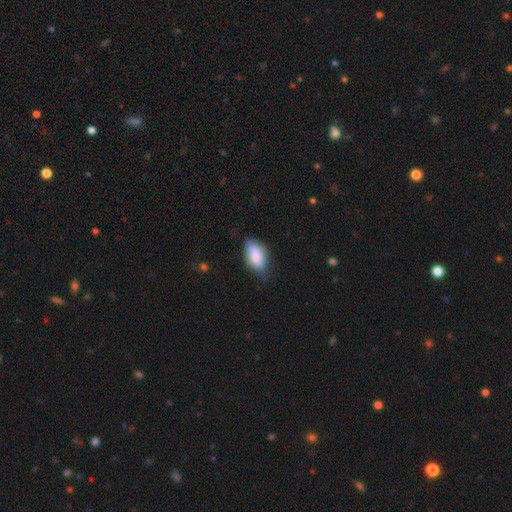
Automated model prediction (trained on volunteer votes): Smooth or featured? Predicted: smooth (p=0.83). How rounded? Predicted: in between (p=0.92). Merging? Predicted: none (p=0.65).